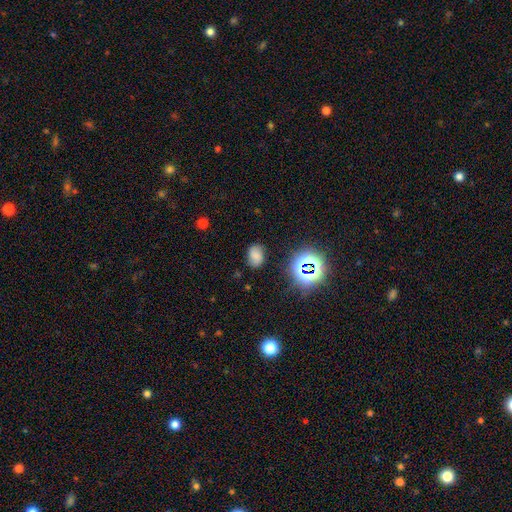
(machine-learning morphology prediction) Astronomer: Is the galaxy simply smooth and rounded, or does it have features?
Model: smooth — 68%.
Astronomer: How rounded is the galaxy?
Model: in between — 78%.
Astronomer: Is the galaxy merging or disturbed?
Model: none — 78%.